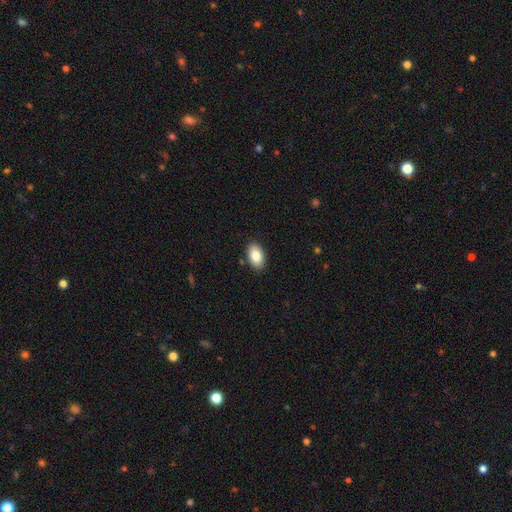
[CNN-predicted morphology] Smooth or featured? smooth (86%)
How rounded? in between (93%)
Merging? none (89%)